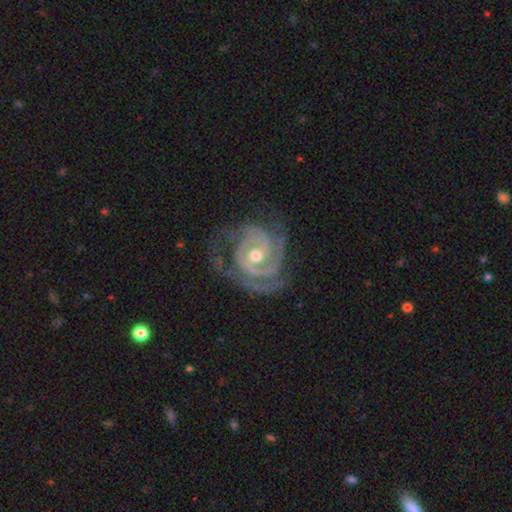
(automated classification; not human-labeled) smooth-or-featured: featured or disk: 91% | smooth: 5% | star or artifact: 4%
  disk-edge-on: no: 98% | yes: 2%
    bar: no: 65% | weak: 27% | strong: 8%
    has-spiral-arms: yes: 97% | no: 3%
      spiral-winding: tight: 67% | medium: 27% | loose: 6%
      spiral-arm-count: 2: 37% | 3: 29% | can't tell: 16% | 4: 6% | 1: 6% | more than 4: 5%
    bulge-size: moderate: 73% | small: 20% | large: 4% | none: 1% | dominant: 1%
  merging: none: 62% | minor disturbance: 22% | major disturbance: 15% | merger: 2%